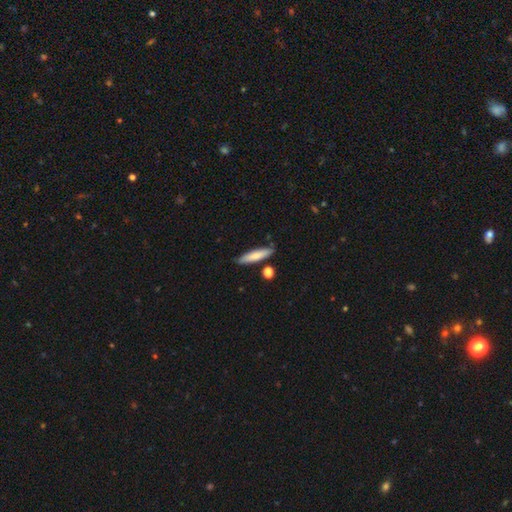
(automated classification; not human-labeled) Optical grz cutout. It shows a smooth galaxy with no disk features (76%) that is cigar-shaped (80%). Merging: none (81%).